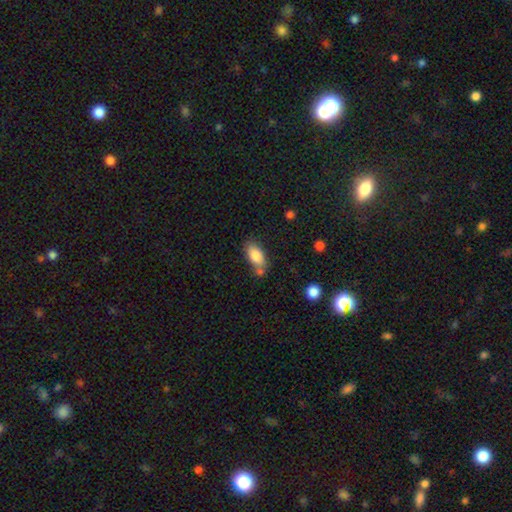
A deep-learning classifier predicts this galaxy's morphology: Smooth or featured? Predicted: smooth (p=0.85). How rounded? Predicted: in between (p=0.91). Merging? Predicted: none (p=0.61).